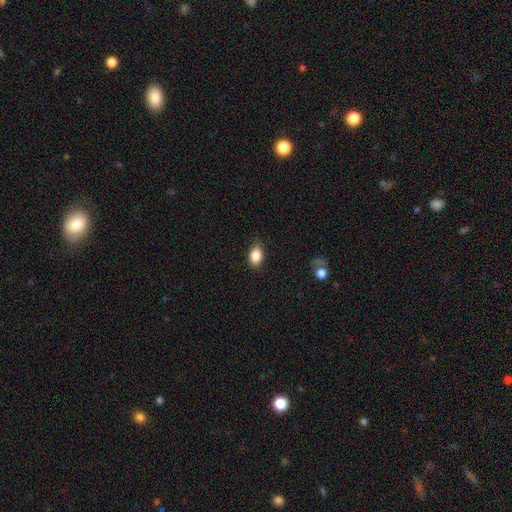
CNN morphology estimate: Smooth or featured?
  - smooth: 86% *
  - star or artifact: 8%
  - featured or disk: 6%
How rounded?
  - in between: 86% *
  - round: 12%
  - cigar-shaped: 2%
Merging?
  - none: 80% *
  - minor disturbance: 16%
  - major disturbance: 3%
  - merger: 1%